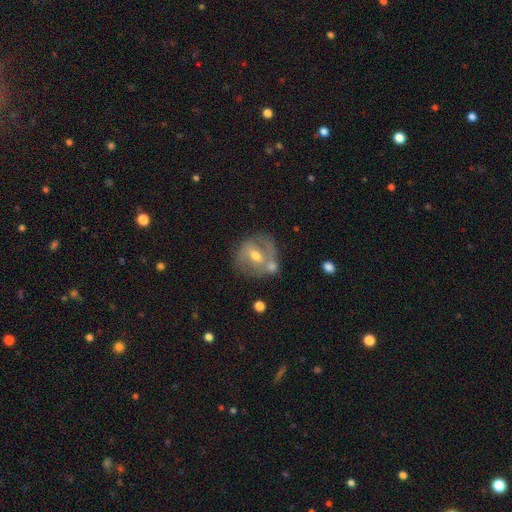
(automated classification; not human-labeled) featured or disk 62%, smooth 31%, star or artifact 8%. Down the decision tree: edge-on disk — no (95%); bar — weak (46%); spiral arms — yes (56%); bulge size — moderate (69%); merging — none (54%).